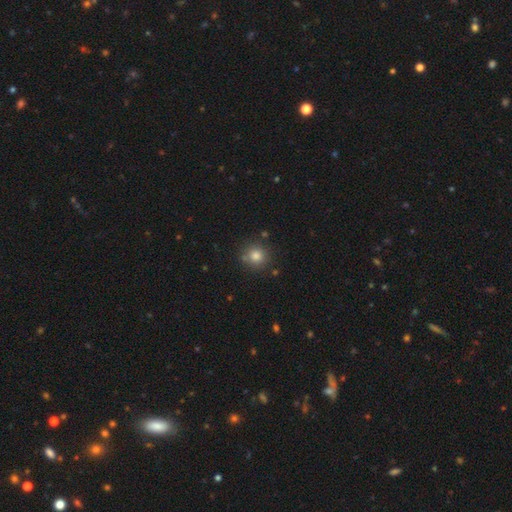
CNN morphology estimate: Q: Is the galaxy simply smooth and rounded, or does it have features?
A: smooth — 80%.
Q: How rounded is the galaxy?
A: round — 92%.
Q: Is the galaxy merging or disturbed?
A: none — 82%.